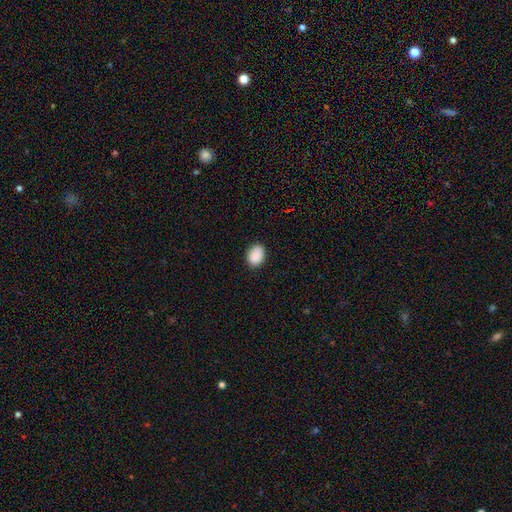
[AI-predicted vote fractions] A smooth galaxy with no disk features (90%) that is in between round and cigar-shaped (76%). Merging: none (85%).